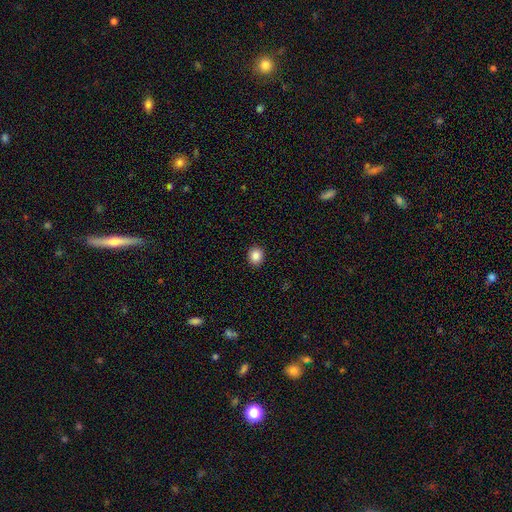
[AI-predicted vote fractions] smooth_or_featured: smooth (p=0.86) [alt: star or artifact p=0.09]
how_rounded: round (p=0.76) [alt: in between p=0.23]
merging: none (p=0.92) [alt: minor disturbance p=0.05]